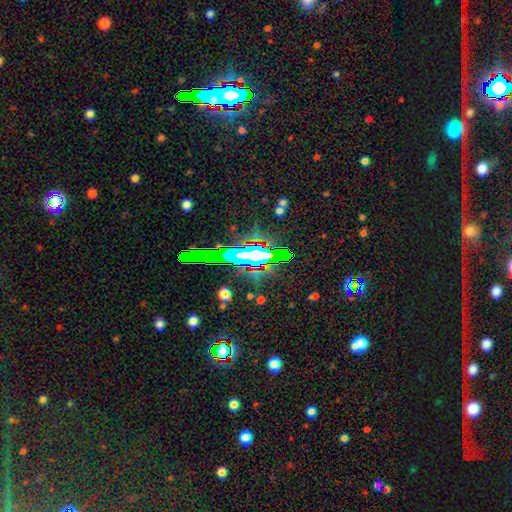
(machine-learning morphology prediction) type=star or artifact (60%).